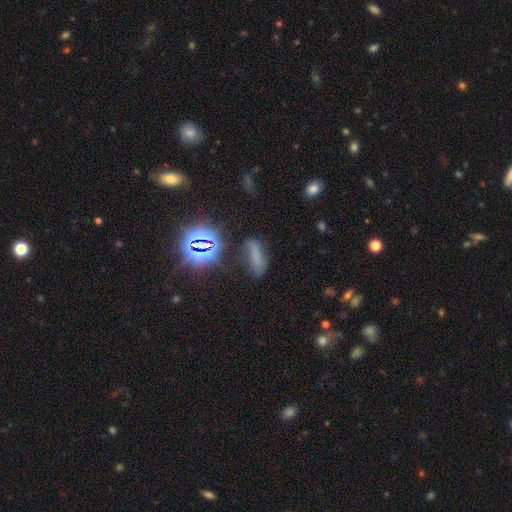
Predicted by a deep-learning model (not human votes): This appears to be a smooth galaxy with no disk features (57%) that is cigar-shaped (49%). Merging: none (60%).